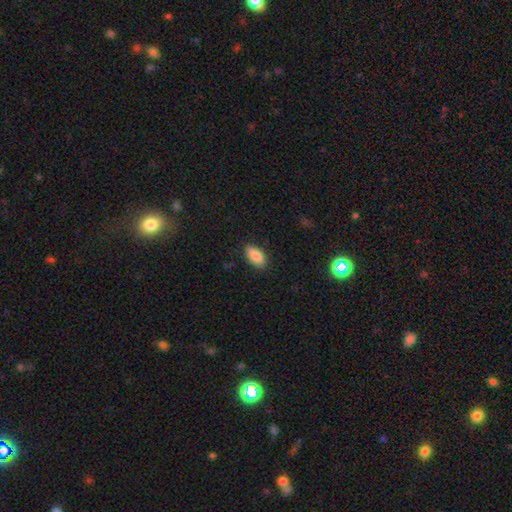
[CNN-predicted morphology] Smooth or featured? smooth (86%)
How rounded? in between (91%)
Merging? none (87%)